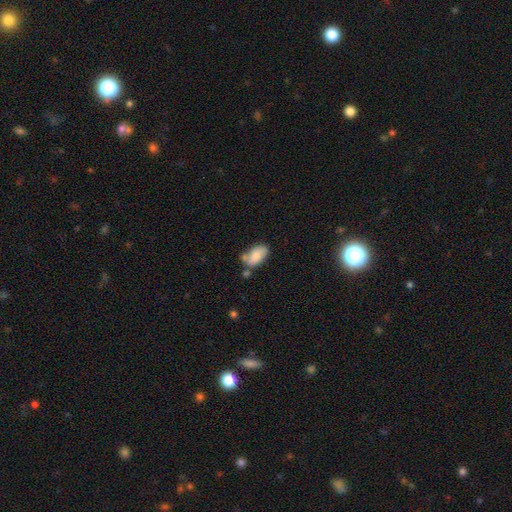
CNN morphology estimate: Smooth or featured? smooth (71%)
How rounded? in between (92%)
Merging? none (45%)